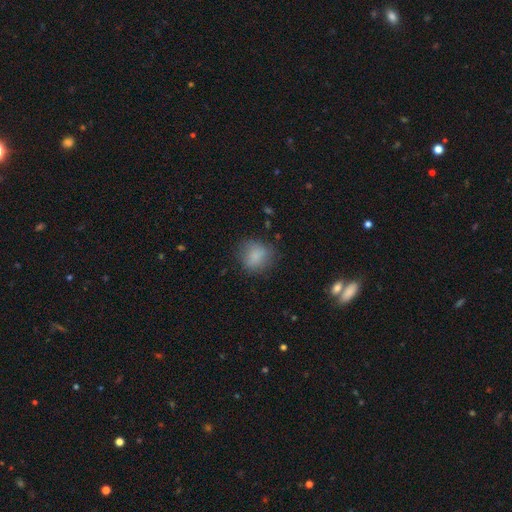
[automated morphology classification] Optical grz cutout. It shows a smooth galaxy with no disk features (81%) that is round (69%). Merging: none (67%).